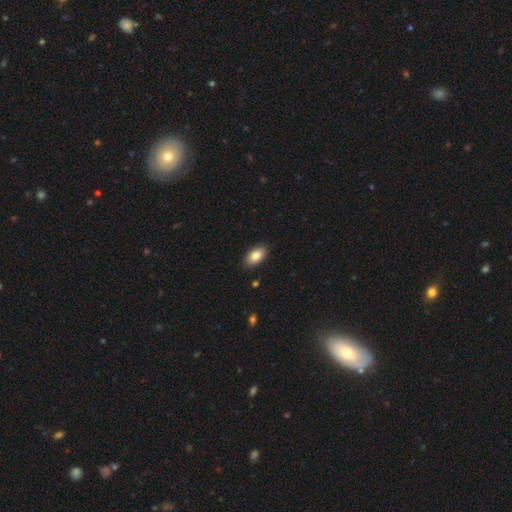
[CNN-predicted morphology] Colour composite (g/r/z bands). It shows a smooth galaxy with no disk features (84%) that is in between round and cigar-shaped (93%). Merging: none (89%).